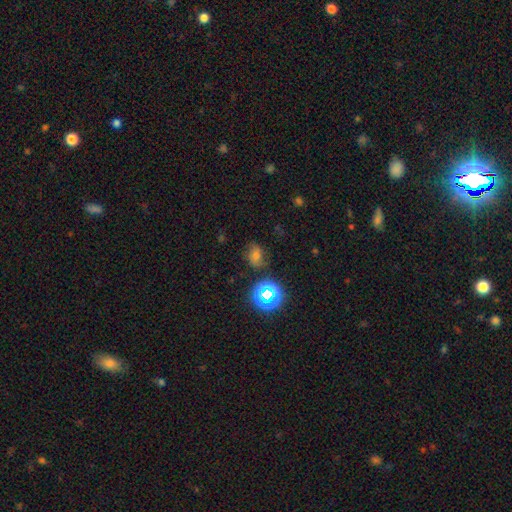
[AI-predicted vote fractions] A smooth galaxy with no disk features (53%) that is round (55%).

Vote fractions:
- Smooth or featured? smooth: 53% / star or artifact: 33% / featured or disk: 14%
- How rounded? round: 55% / in between: 44% / cigar-shaped: 1%
- Merging? none: 74% / minor disturbance: 17% / major disturbance: 6% / merger: 3%